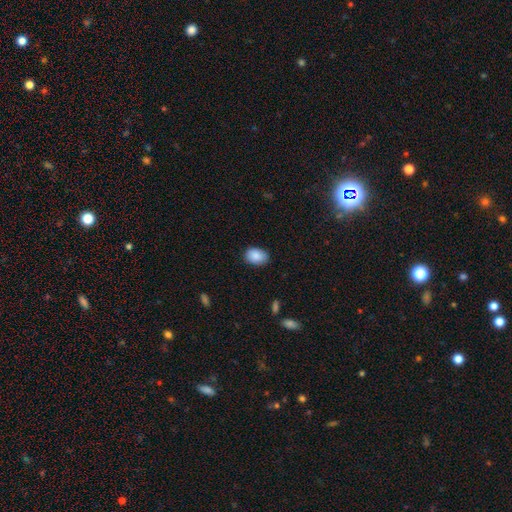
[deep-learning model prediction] smooth_or_featured: smooth (p=0.88) [alt: star or artifact p=0.07]
how_rounded: in between (p=0.78) [alt: round p=0.21]
merging: none (p=0.81) [alt: minor disturbance p=0.15]